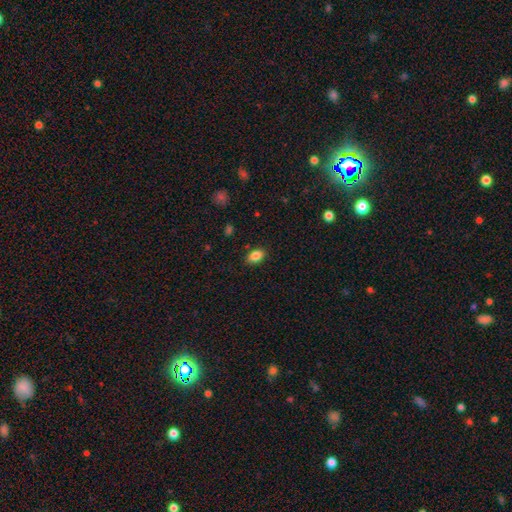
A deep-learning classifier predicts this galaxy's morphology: A smooth galaxy with no disk features (85%) that is in between round and cigar-shaped (88%).

Vote fractions:
- Smooth or featured? smooth: 85% / star or artifact: 9% / featured or disk: 6%
- How rounded? in between: 88% / round: 10% / cigar-shaped: 2%
- Merging? none: 86% / minor disturbance: 10% / major disturbance: 2% / merger: 1%